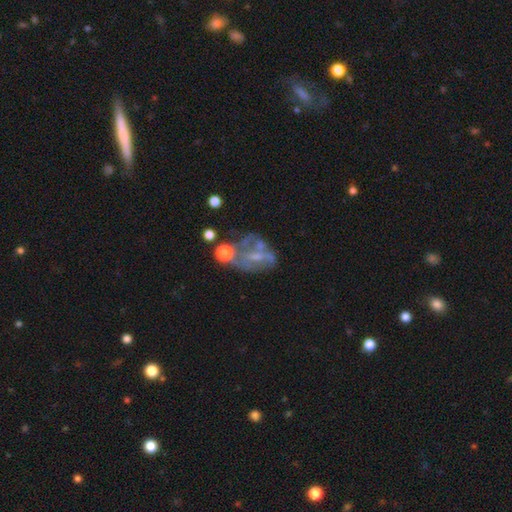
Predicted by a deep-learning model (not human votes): Overall: featured or disk (60%; smooth 23%). Edge-on disk: no (96%). Bar: no (66%). Spiral arms: no (72%). Bulge size: small (39%; none 38%). Merging: major disturbance (33%; none 30%).